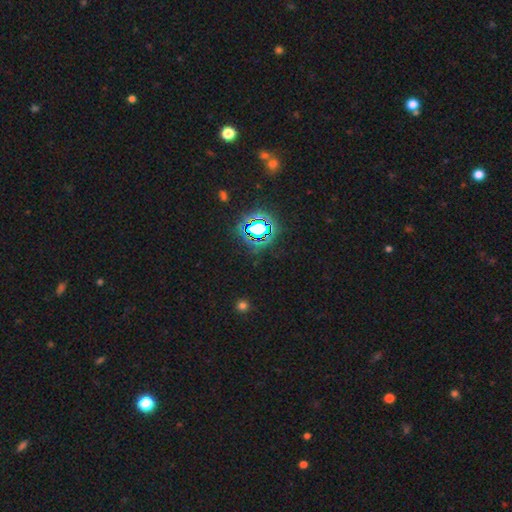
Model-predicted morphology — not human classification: Smooth or featured: star or artifact — 78% (smooth — 14%)